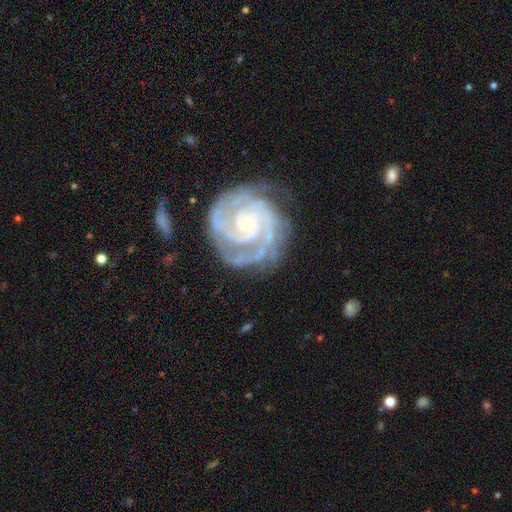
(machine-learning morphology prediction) This appears to be a featured or disk galaxy (92%) with no bar (70%), 2 (43%) tight (78%) spiral arms (98%) and a small central bulge (81%). Merging: none (73%).